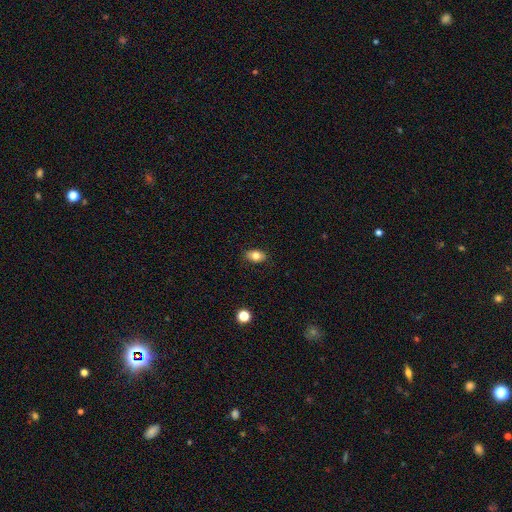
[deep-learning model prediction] smooth_or_featured: smooth (p=0.80) [alt: featured or disk p=0.11]
how_rounded: in between (p=0.85) [alt: round p=0.13]
merging: none (p=0.87) [alt: minor disturbance p=0.10]